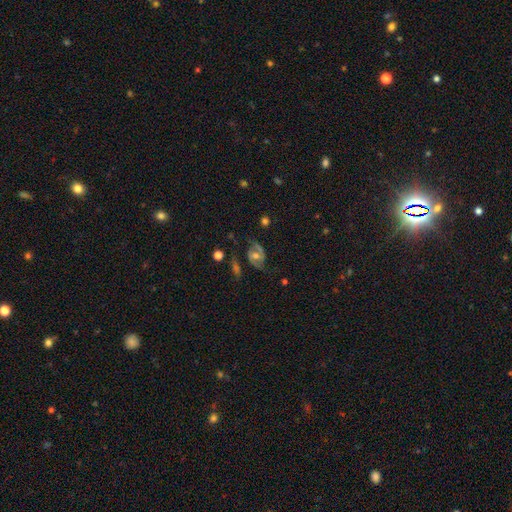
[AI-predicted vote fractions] smooth-or-featured: featured or disk: 74% | smooth: 19% | star or artifact: 8%
  disk-edge-on: no: 96% | yes: 4%
    bar: no: 46% | weak: 38% | strong: 15%
    has-spiral-arms: yes: 85% | no: 15%
      spiral-winding: medium: 49% | loose: 26% | tight: 25%
      spiral-arm-count: 2: 86% | can't tell: 7% | 1: 4% | 3: 1% | 4: 1% | more than 4: 1%
    bulge-size: moderate: 66% | small: 22% | large: 8% | none: 2% | dominant: 1%
  merging: none: 67% | minor disturbance: 19% | major disturbance: 11% | merger: 3%